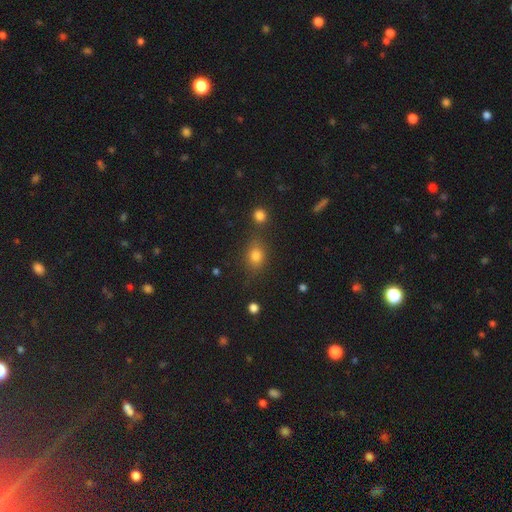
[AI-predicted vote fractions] Q: Smooth or featured?
A: smooth (76%); runner-up: star or artifact (15%)
Q: How rounded?
A: in between (56%); runner-up: round (41%)
Q: Merging?
A: none (71%); runner-up: minor disturbance (14%)